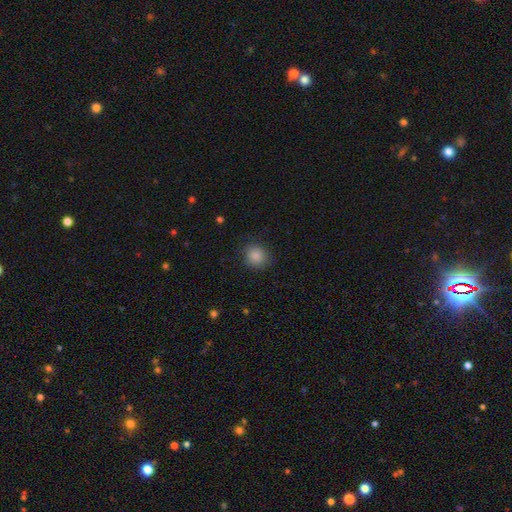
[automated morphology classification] A smooth galaxy with no disk features (86%) that is round (83%).

Vote fractions:
- Smooth or featured? smooth: 86% / star or artifact: 10% / featured or disk: 4%
- How rounded? round: 83% / in between: 16% / cigar-shaped: 1%
- Merging? none: 86% / minor disturbance: 10% / major disturbance: 3% / merger: 1%